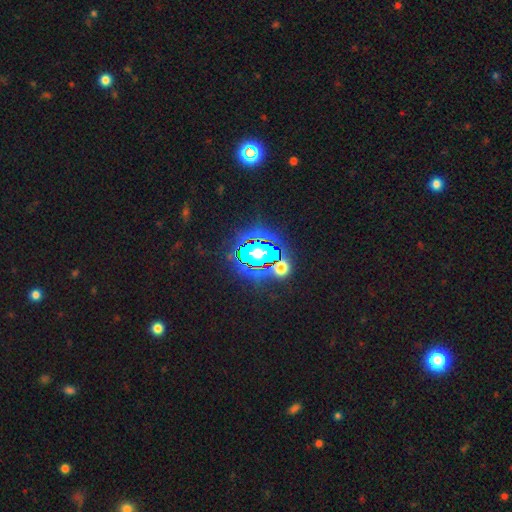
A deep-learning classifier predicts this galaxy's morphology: star or artifact 63%, smooth 21%, featured or disk 16%.